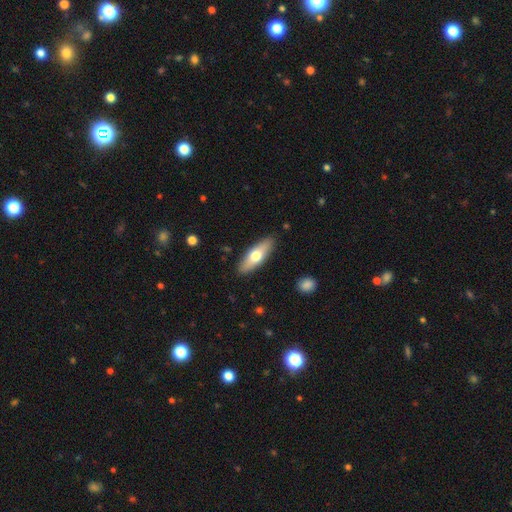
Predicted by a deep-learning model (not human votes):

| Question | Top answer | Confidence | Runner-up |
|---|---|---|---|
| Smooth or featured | smooth | 61% | featured or disk (33%) |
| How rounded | in between | 57% | cigar-shaped (41%) |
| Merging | none | 89% | minor disturbance (8%) |